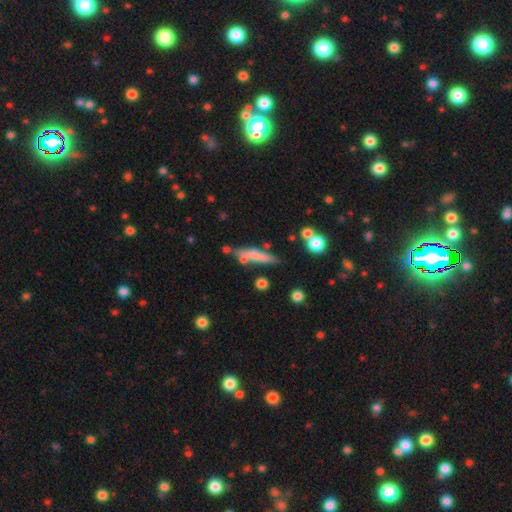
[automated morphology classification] This appears to be a smooth galaxy with no disk features (61%) that is cigar-shaped (84%). Merging: none (64%).